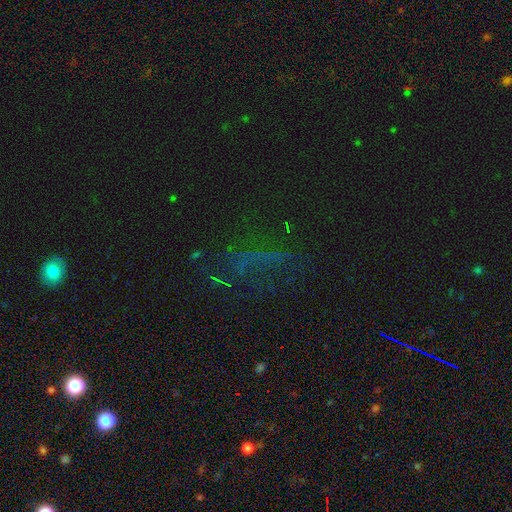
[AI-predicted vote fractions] A star or artifact, not a galaxy (54%).

Vote fractions:
- Smooth or featured? star or artifact: 54% / smooth: 25% / featured or disk: 20%